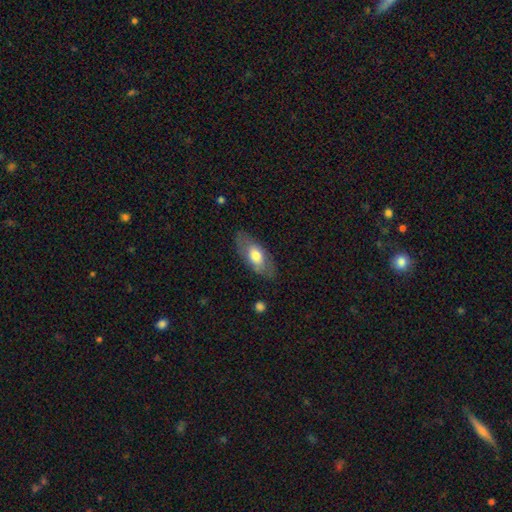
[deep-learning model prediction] smooth 62%, featured or disk 32%, star or artifact 6%. Down the decision tree: how rounded — in between (84%); merging — none (78%).